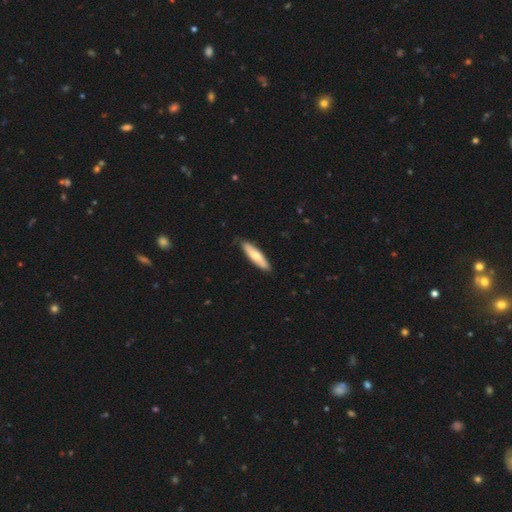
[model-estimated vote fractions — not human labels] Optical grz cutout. It shows a smooth galaxy with no disk features (67%) that is cigar-shaped (74%). Merging: none (85%).